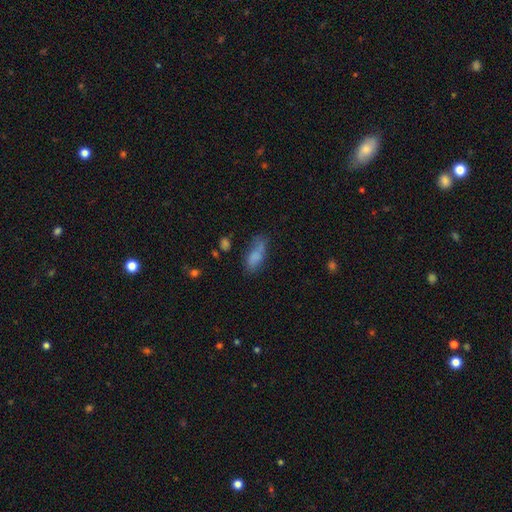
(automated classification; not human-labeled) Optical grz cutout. It shows a smooth galaxy with no disk features (76%) that is in between round and cigar-shaped (77%). Merging: none (47%).